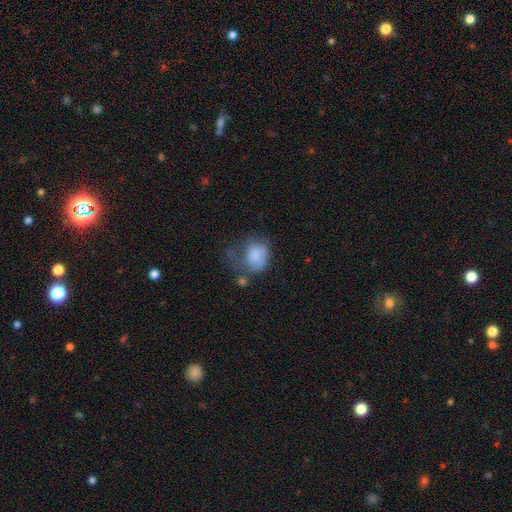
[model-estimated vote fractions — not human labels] Smooth or featured?
  - smooth: 67% *
  - featured or disk: 24%
  - star or artifact: 9%
How rounded?
  - round: 51% *
  - in between: 48%
  - cigar-shaped: 1%
Merging?
  - major disturbance: 44% *
  - minor disturbance: 26%
  - none: 22%
  - merger: 9%